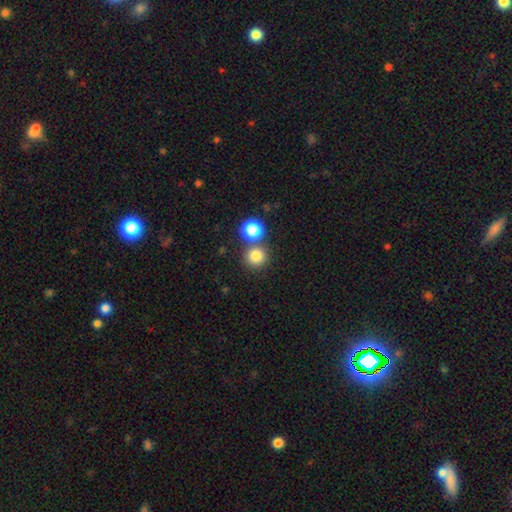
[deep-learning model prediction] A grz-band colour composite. It shows a smooth galaxy with no disk features (81%) that is round (93%). Merging: none (66%).